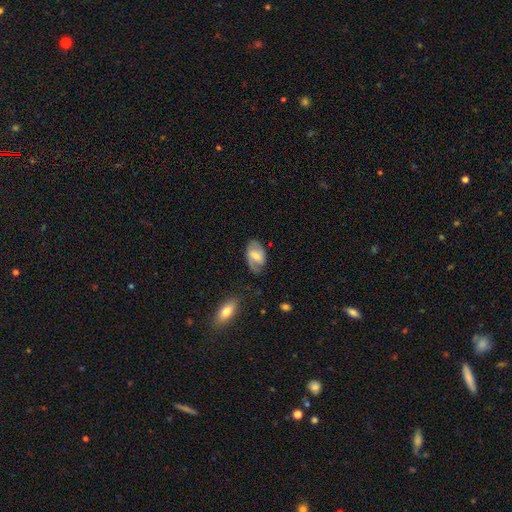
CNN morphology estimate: This is possibly a featured or disk galaxy (52%). It is clearly not viewed edge-on (95%). Merging: likely none (69%).